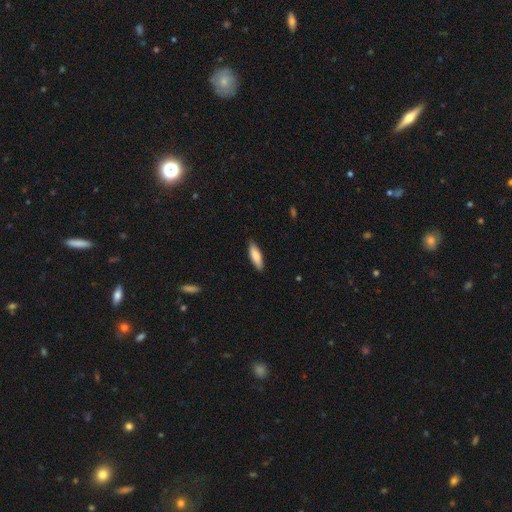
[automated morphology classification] Overall: smooth (82%). How rounded: cigar-shaped (51%; in between 48%). Merging: none (87%).